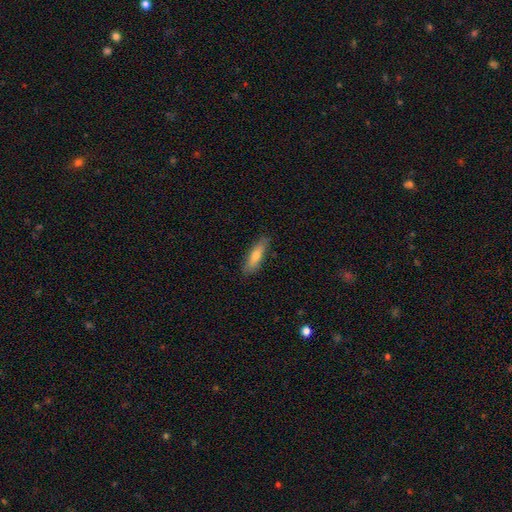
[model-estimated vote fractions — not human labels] Smooth or featured? smooth (67%)
How rounded? cigar-shaped (63%)
Merging? none (83%)